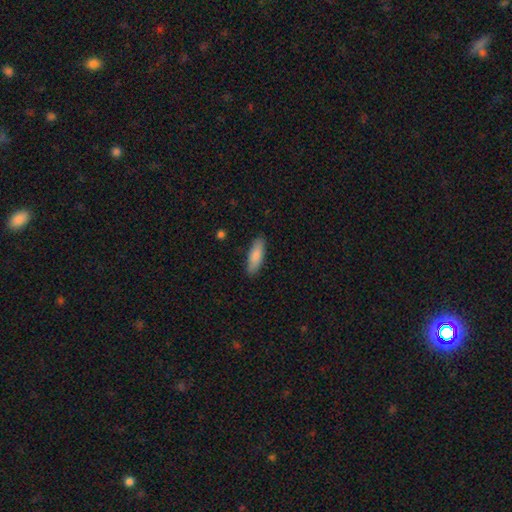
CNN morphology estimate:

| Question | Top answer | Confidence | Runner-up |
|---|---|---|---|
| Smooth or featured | smooth | 86% | featured or disk (9%) |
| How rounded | in between | 56% | cigar-shaped (43%) |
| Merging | none | 87% | minor disturbance (9%) |